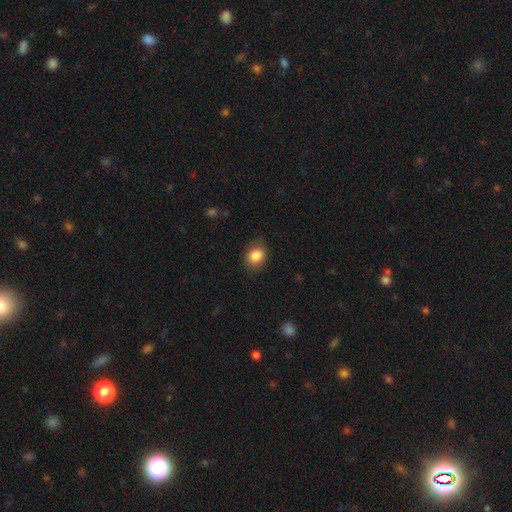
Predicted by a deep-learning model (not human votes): A smooth galaxy with no disk features (86%) that is round (55%). Merging: none (81%).